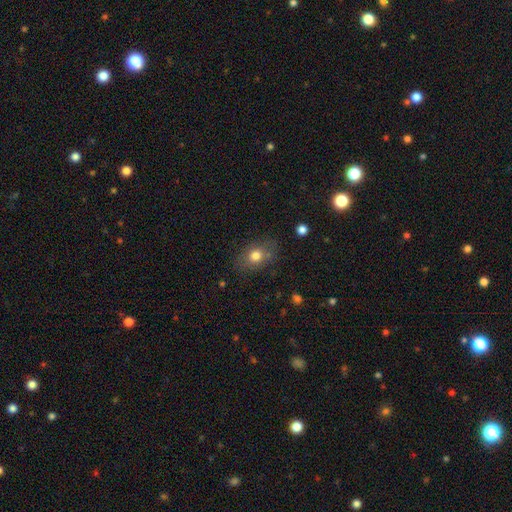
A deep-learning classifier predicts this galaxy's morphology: The model was most divided on "how rounded": in between: 70%, round: 28%, cigar-shaped: 2%. More confident: merging — none (78%); smooth or featured — smooth (75%).